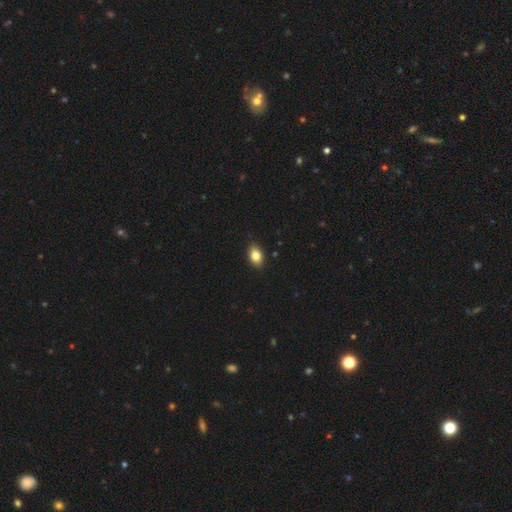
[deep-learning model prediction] Smooth or featured? Predicted: smooth (p=0.84). How rounded? Predicted: in between (p=0.84). Merging? Predicted: none (p=0.89).